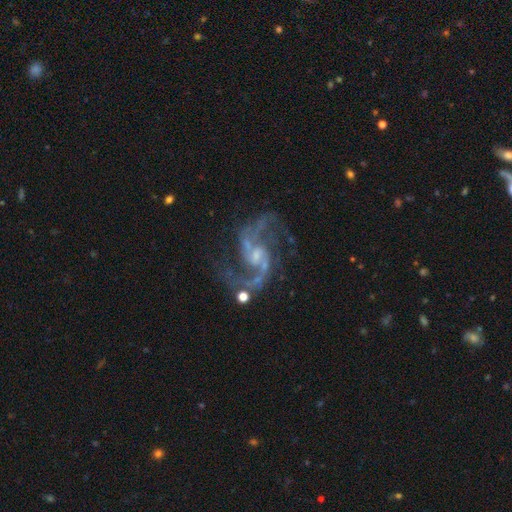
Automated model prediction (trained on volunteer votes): A featured or disk galaxy (91%) with a weak bar (47%), 2 (88%) loose (53%) spiral arms (98%) and a small central bulge (61%).

Vote fractions:
- Smooth or featured? featured or disk: 91% / star or artifact: 6% / smooth: 3%
- Edge-on disk? no: 98% / yes: 2%
- Bar? weak: 47% / no: 39% / strong: 15%
- Spiral arms? yes: 98% / no: 2%
- Spiral winding? loose: 53% / medium: 40% / tight: 7%
- Spiral arm count? 2: 88% / 3: 4% / can't tell: 3% / 1: 2% / 4: 2% / more than 4: 2%
- Bulge size? small: 61% / moderate: 26% / none: 9% / large: 2% / dominant: 1%
- Merging? none: 67% / minor disturbance: 15% / major disturbance: 12% / merger: 6%